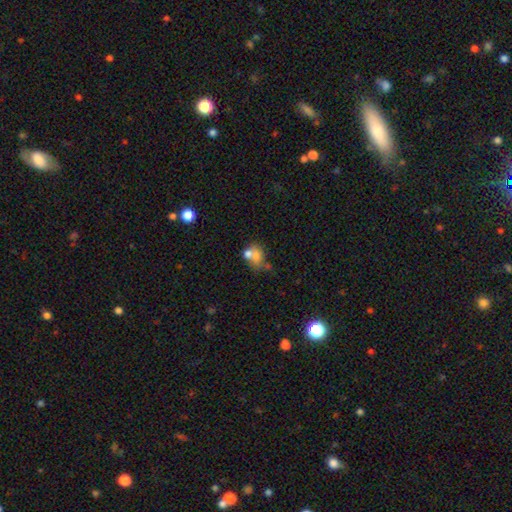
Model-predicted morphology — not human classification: A smooth galaxy with no disk features (64%) that is in between round and cigar-shaped (53%).

Vote fractions:
- Smooth or featured? smooth: 64% / featured or disk: 23% / star or artifact: 13%
- How rounded? in between: 53% / round: 46% / cigar-shaped: 1%
- Merging? merger: 49% / none: 27% / minor disturbance: 14% / major disturbance: 11%